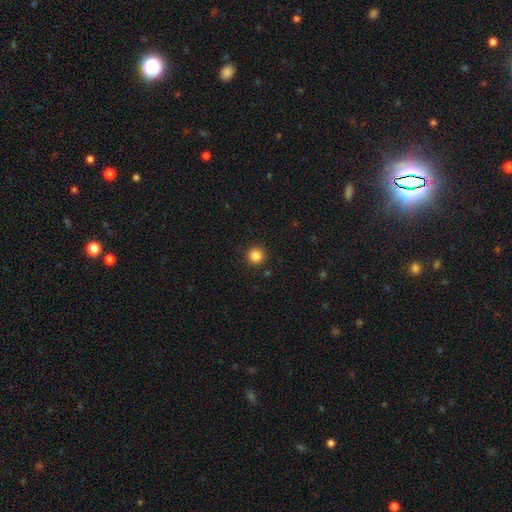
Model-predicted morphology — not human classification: This appears to be a smooth galaxy with no disk features (85%) that is round (96%). Merging: none (92%).